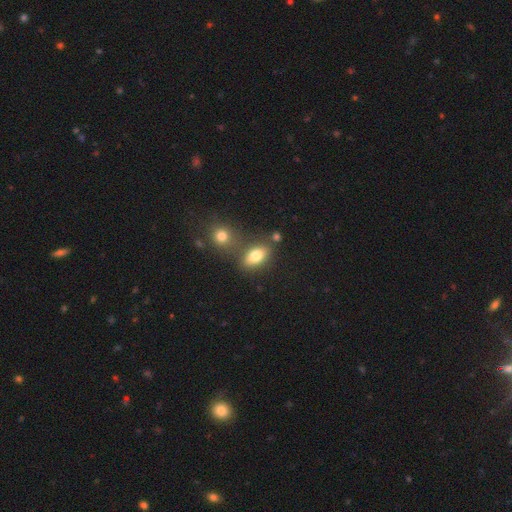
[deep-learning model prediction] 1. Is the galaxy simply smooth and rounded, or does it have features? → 78% smooth, 12% featured or disk, 10% star or artifact.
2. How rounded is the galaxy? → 83% in between, 11% round, 5% cigar-shaped.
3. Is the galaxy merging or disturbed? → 65% none, 18% merger, 12% minor disturbance, 4% major disturbance.